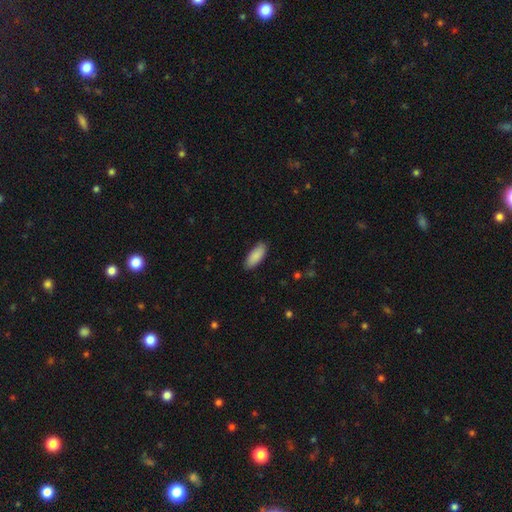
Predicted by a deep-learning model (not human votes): A smooth galaxy with no disk features (89%) that is in between round and cigar-shaped (80%).

Vote fractions:
- Smooth or featured? smooth: 89% / star or artifact: 6% / featured or disk: 5%
- How rounded? in between: 80% / cigar-shaped: 18% / round: 2%
- Merging? none: 86% / minor disturbance: 11% / major disturbance: 2% / merger: 1%